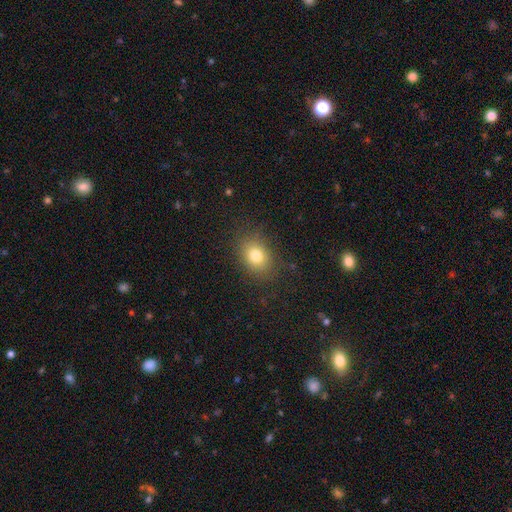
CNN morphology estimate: Overall: smooth (78%). How rounded: in between (57%; round 42%). Merging: none (83%).